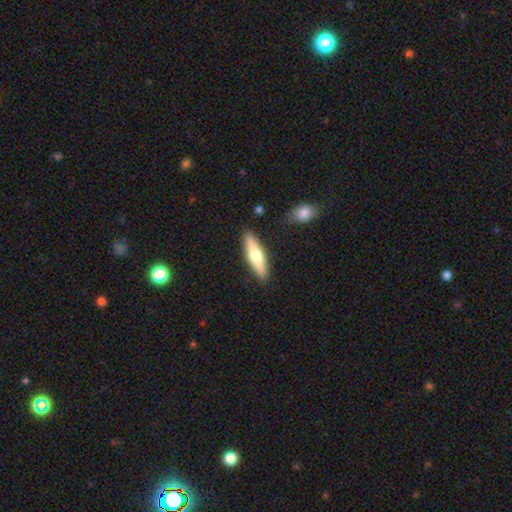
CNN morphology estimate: This appears to be a smooth galaxy with no disk features (58%) that is cigar-shaped (72%). Merging: none (88%).